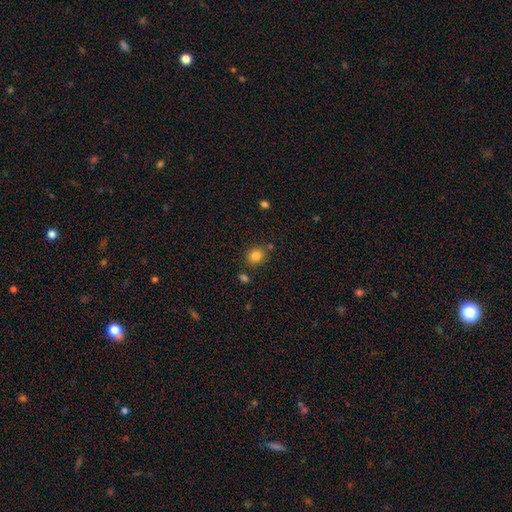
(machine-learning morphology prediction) type=smooth (83%); roundness=round (78%); merging=none (80%).